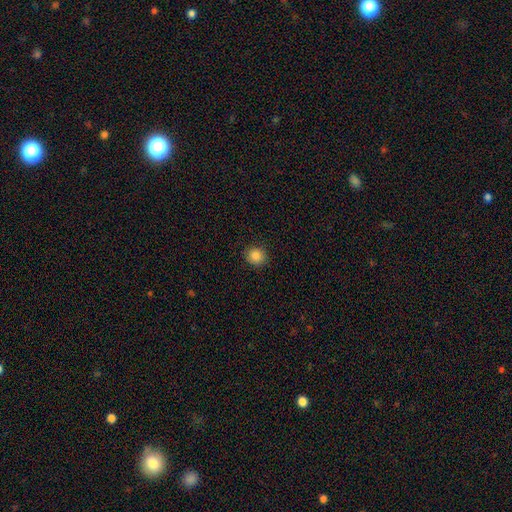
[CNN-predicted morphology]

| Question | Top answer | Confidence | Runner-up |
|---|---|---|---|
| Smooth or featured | smooth | 85% | star or artifact (10%) |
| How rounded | round | 88% | in between (11%) |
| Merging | none | 90% | minor disturbance (7%) |